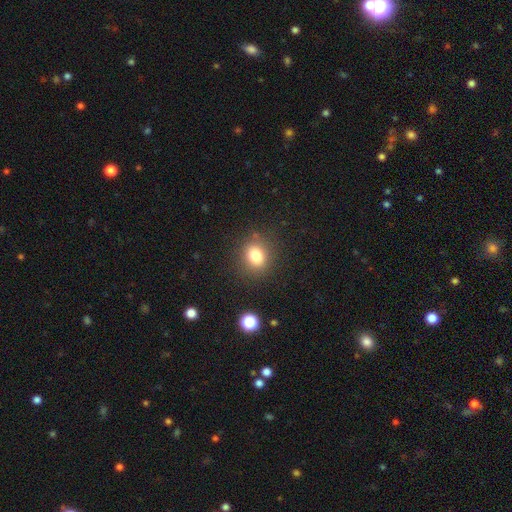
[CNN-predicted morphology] The model was most divided on "how rounded": round: 65%, in between: 34%, cigar-shaped: 1%. More confident: merging — none (85%); smooth or featured — smooth (80%).